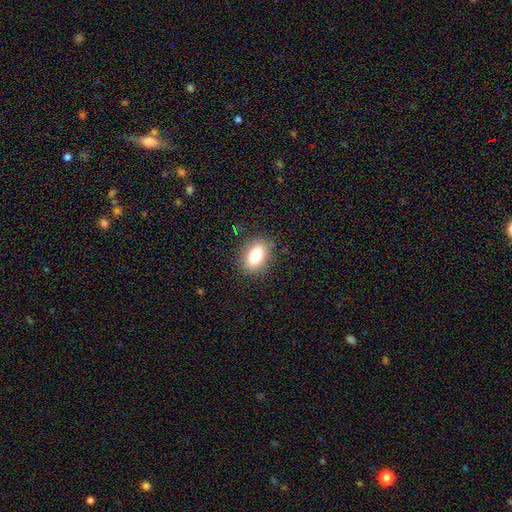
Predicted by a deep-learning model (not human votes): Q: Smooth or featured?
A: smooth (79%); runner-up: featured or disk (12%)
Q: How rounded?
A: in between (82%); runner-up: round (16%)
Q: Merging?
A: none (85%); runner-up: minor disturbance (11%)